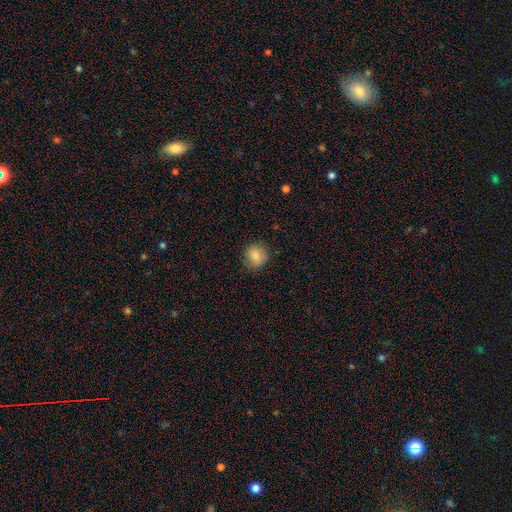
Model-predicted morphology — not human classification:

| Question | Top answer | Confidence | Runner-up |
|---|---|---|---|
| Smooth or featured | smooth | 82% | star or artifact (9%) |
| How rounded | round | 83% | in between (16%) |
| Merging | none | 81% | minor disturbance (14%) |